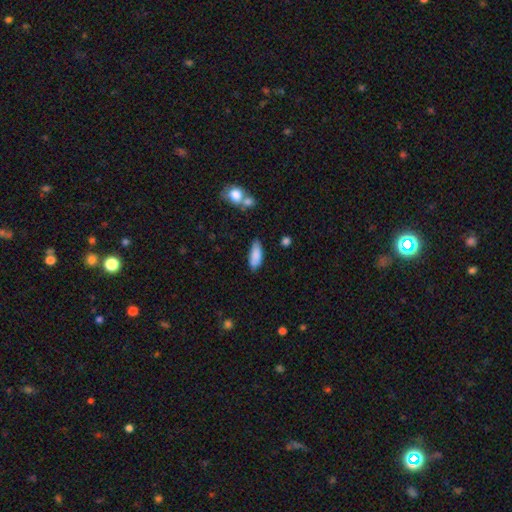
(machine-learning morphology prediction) smooth 86%, featured or disk 8%, star or artifact 7%. Down the decision tree: how rounded — in between (74%); merging — none (77%).